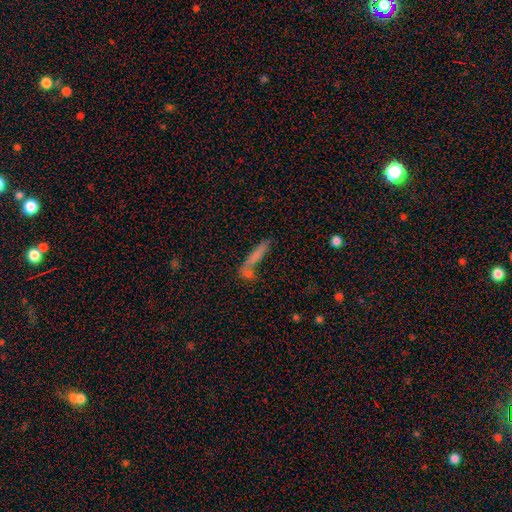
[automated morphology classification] Smooth or featured? smooth (67%)
How rounded? cigar-shaped (82%)
Merging? none (45%)